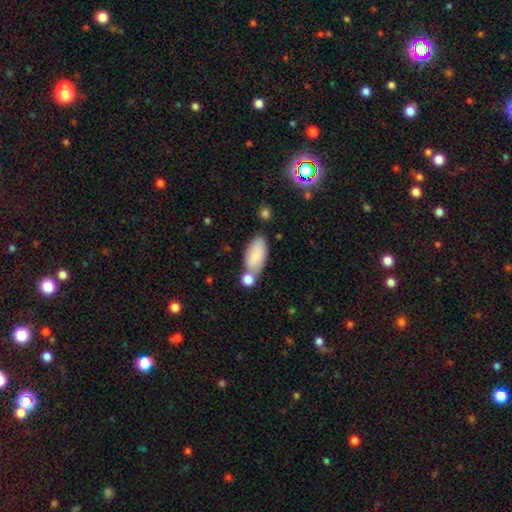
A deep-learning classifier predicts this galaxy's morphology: Smooth or featured? smooth (82%)
How rounded? in between (92%)
Merging? none (56%)